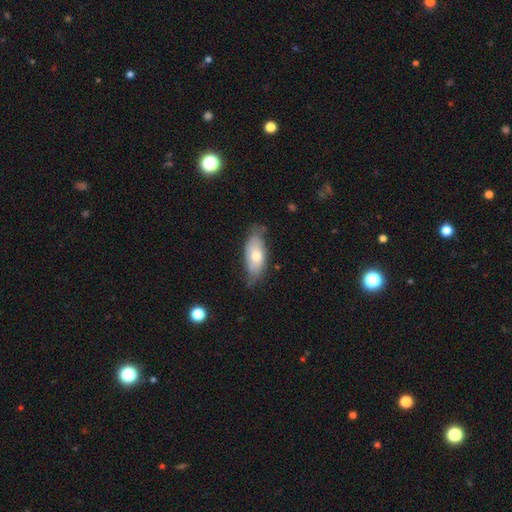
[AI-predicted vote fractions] Smooth or featured? smooth (64%)
How rounded? in between (84%)
Merging? none (63%)